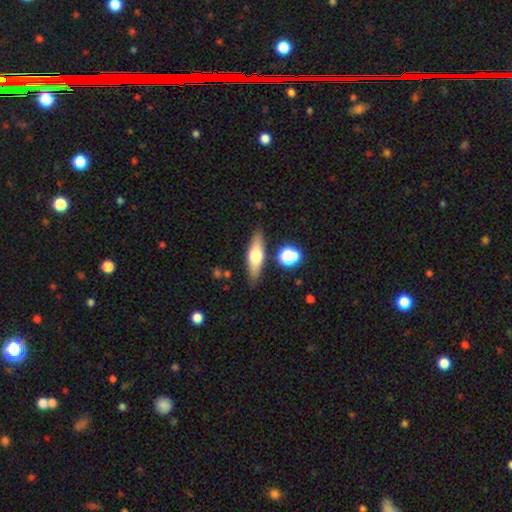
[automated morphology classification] smooth_or_featured: smooth (p=0.49) [alt: featured or disk p=0.43]
merging: none (p=0.84) [alt: minor disturbance p=0.10]